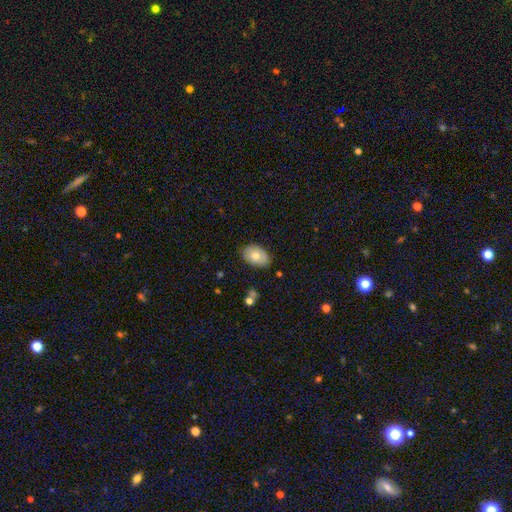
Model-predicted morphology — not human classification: A smooth galaxy with no disk features (77%) that is in between round and cigar-shaped (89%).

Vote fractions:
- Smooth or featured? smooth: 77% / featured or disk: 16% / star or artifact: 7%
- How rounded? in between: 89% / round: 10% / cigar-shaped: 1%
- Merging? none: 80% / minor disturbance: 16% / major disturbance: 3% / merger: 1%